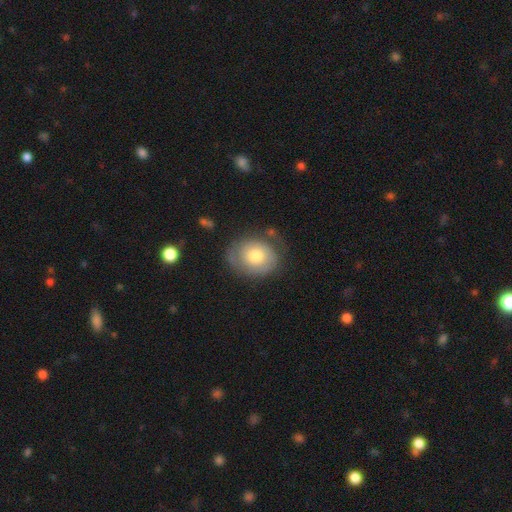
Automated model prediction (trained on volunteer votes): The model was most divided on "how rounded": round: 54%, in between: 45%, cigar-shaped: 1%. More confident: merging — none (63%); smooth or featured — smooth (54%).